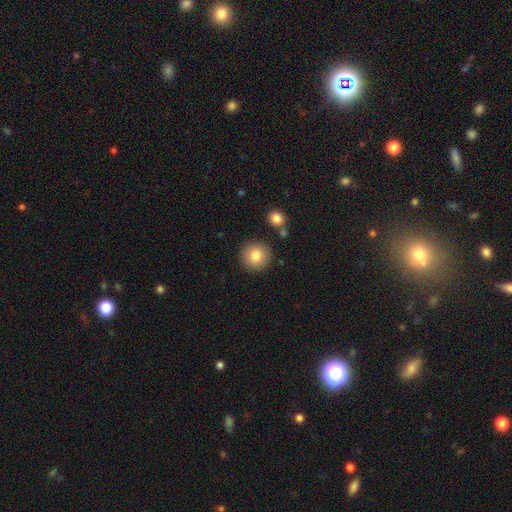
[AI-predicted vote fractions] Smooth or featured? smooth (83%)
How rounded? round (93%)
Merging? none (86%)